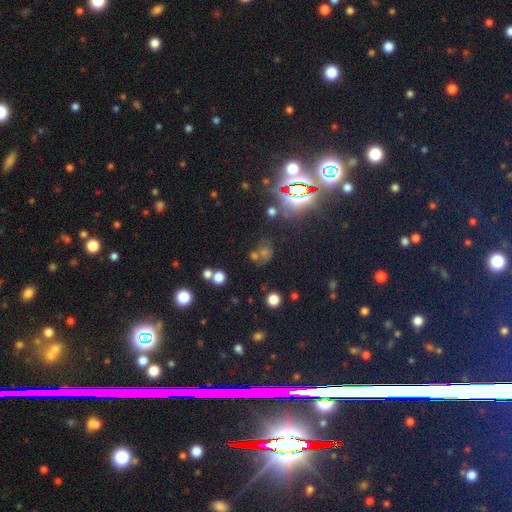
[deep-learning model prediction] Smooth or featured? star or artifact (54%)